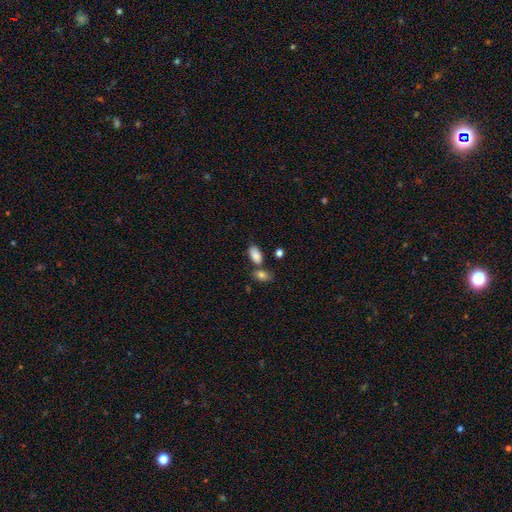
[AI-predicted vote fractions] Smooth or featured? smooth (86%)
How rounded? in between (93%)
Merging? none (59%)